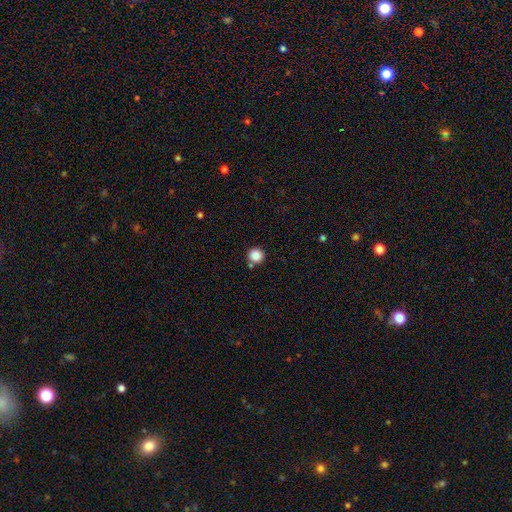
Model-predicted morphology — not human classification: Smooth or featured? smooth (87%)
How rounded? round (94%)
Merging? none (80%)